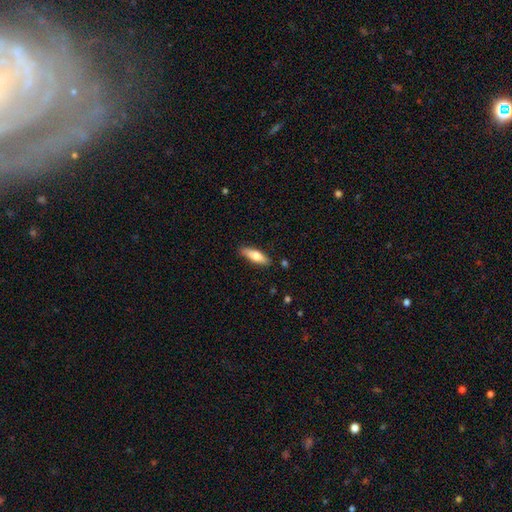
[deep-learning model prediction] smooth-or-featured: smooth: 70% | featured or disk: 24% | star or artifact: 6%
  how-rounded: cigar-shaped: 52% | in between: 46% | round: 2%
  merging: none: 87% | minor disturbance: 10% | major disturbance: 2% | merger: 2%